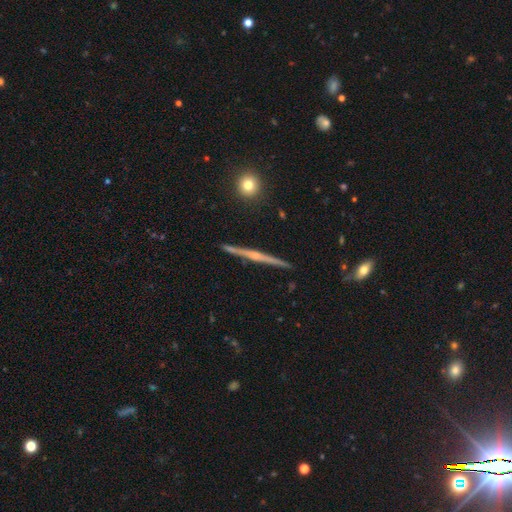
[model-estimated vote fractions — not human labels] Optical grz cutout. It shows a featured or disk galaxy (82%) viewed edge-on (98%) with a rounded central bulge (67%). Merging: none (91%).